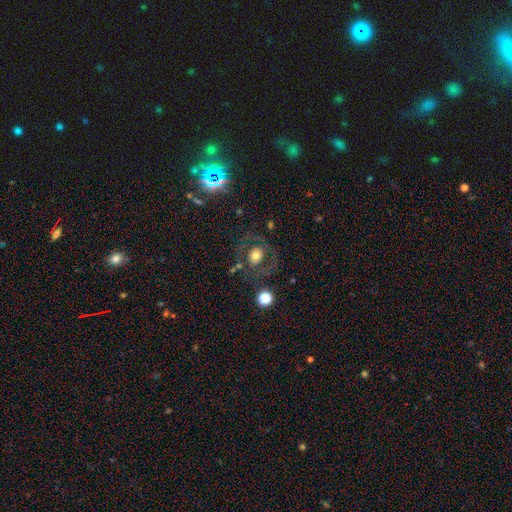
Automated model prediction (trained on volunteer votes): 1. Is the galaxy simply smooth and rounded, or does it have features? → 50% smooth, 39% featured or disk, 10% star or artifact.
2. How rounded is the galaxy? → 70% round, 29% in between, 1% cigar-shaped.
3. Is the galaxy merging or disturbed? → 71% none, 13% minor disturbance, 12% major disturbance, 3% merger.